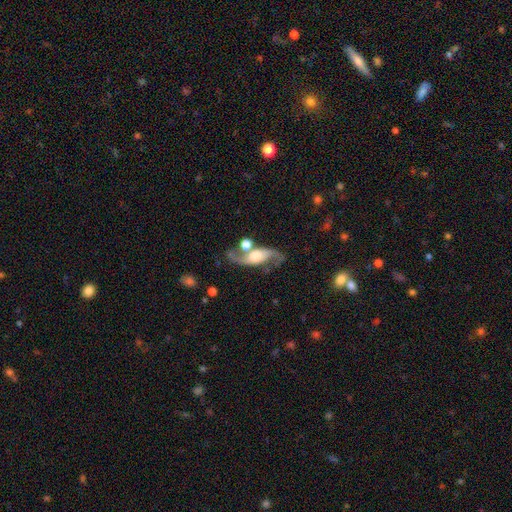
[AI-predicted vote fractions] This is clearly a featured or disk galaxy (86%). It is clearly not viewed edge-on (93%). Bar: possibly no (56%). Spiral arm pattern: clearly yes (96%). Spiral arm count: clearly 2 (94%). Spiral winding: likely loose (70%). Central bulge: marginally moderate (39%). Merging: likely none (61%).